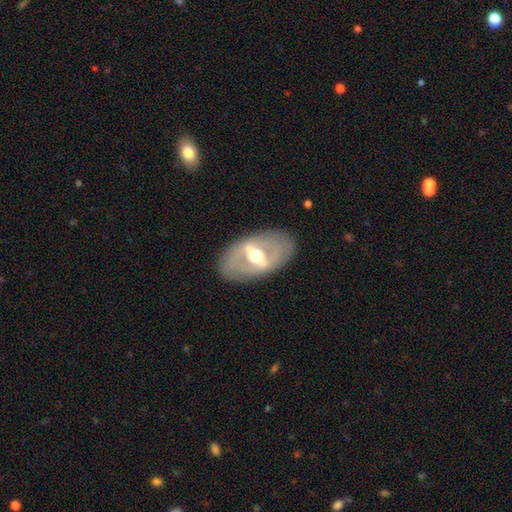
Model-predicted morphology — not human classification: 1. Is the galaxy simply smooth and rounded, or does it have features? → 73% featured or disk, 21% smooth, 6% star or artifact.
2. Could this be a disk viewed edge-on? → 84% no, 16% yes.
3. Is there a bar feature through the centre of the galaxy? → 68% strong, 23% weak, 9% no.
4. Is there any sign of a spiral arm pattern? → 79% no, 21% yes.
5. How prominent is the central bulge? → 69% moderate, 20% large, 8% small, 2% dominant, 1% none.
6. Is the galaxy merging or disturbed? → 84% none, 10% minor disturbance, 5% major disturbance, 1% merger.